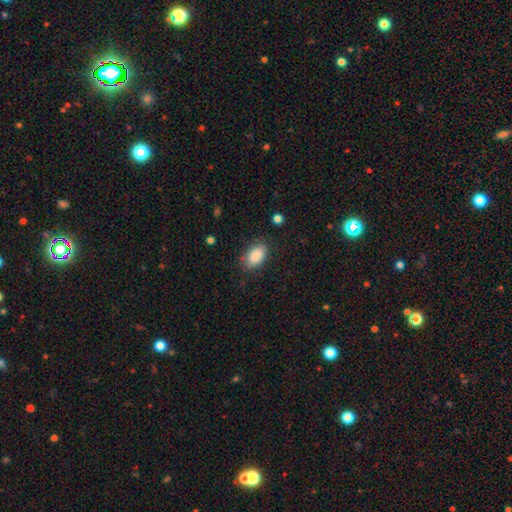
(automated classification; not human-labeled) smooth_or_featured: smooth (p=0.88) [alt: star or artifact p=0.07]
how_rounded: in between (p=0.93) [alt: round p=0.06]
merging: none (p=0.82) [alt: minor disturbance p=0.13]